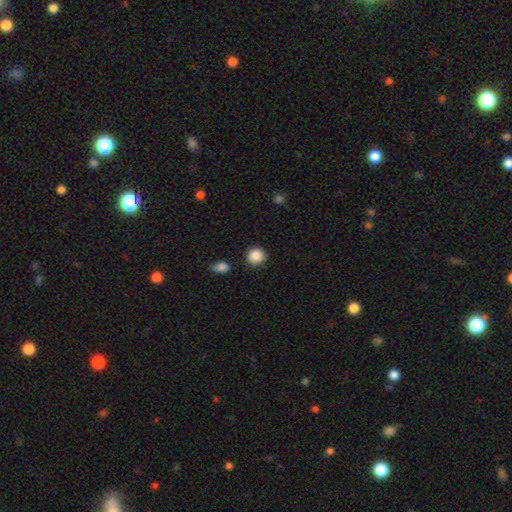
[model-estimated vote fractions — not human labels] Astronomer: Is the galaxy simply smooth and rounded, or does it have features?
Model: smooth — 88%.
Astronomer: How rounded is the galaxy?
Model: round — 88%.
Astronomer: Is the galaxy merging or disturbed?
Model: none — 86%.